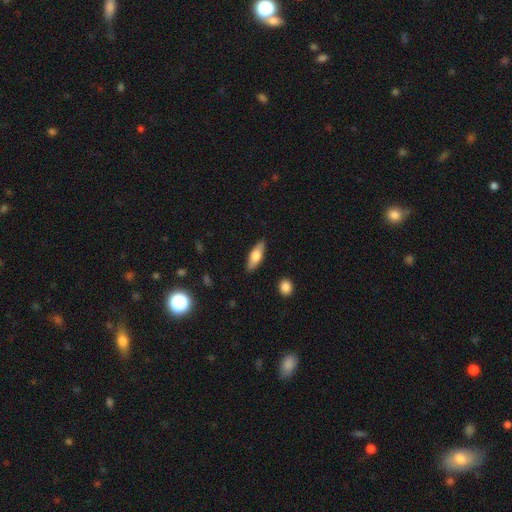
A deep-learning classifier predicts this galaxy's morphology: smooth_or_featured: smooth (p=0.61) [alt: featured or disk p=0.33]
how_rounded: in between (p=0.58) [alt: cigar-shaped p=0.39]
merging: none (p=0.87) [alt: minor disturbance p=0.10]